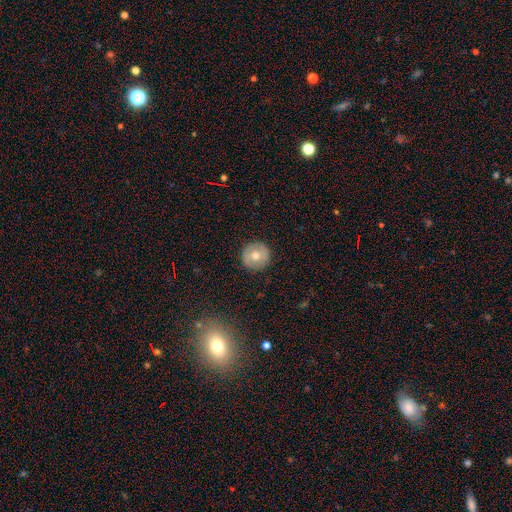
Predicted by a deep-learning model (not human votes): Q: Smooth or featured?
A: smooth (65%); runner-up: featured or disk (27%)
Q: How rounded?
A: round (96%); runner-up: in between (3%)
Q: Merging?
A: none (91%); runner-up: minor disturbance (6%)